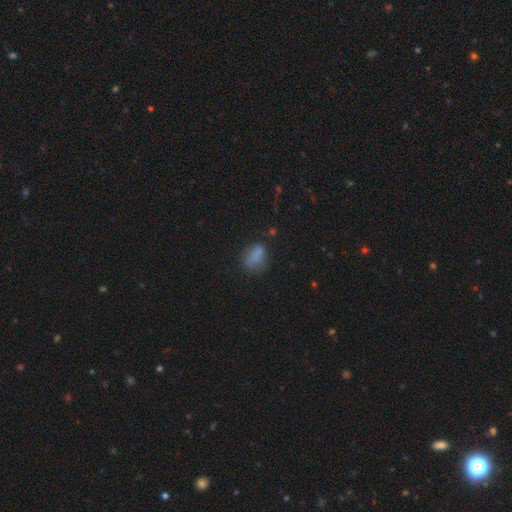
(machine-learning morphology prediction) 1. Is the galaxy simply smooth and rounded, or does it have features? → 75% smooth, 13% star or artifact, 12% featured or disk.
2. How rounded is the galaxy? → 78% in between, 19% round, 3% cigar-shaped.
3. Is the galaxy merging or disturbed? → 51% none, 29% minor disturbance, 15% major disturbance, 4% merger.